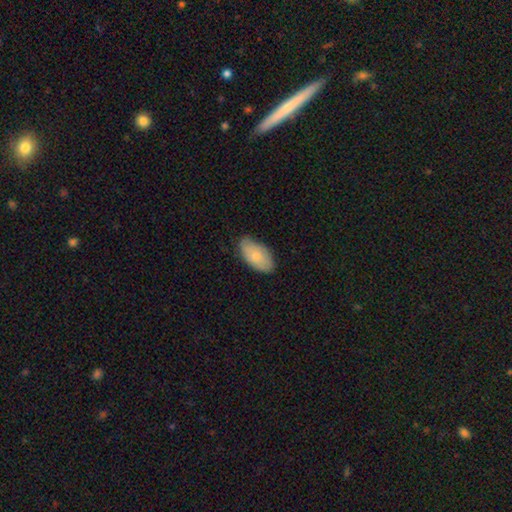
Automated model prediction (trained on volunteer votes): Smooth or featured?
  - smooth: 76% *
  - featured or disk: 19%
  - star or artifact: 6%
How rounded?
  - in between: 95% *
  - round: 3%
  - cigar-shaped: 2%
Merging?
  - none: 74% *
  - minor disturbance: 22%
  - major disturbance: 3%
  - merger: 1%